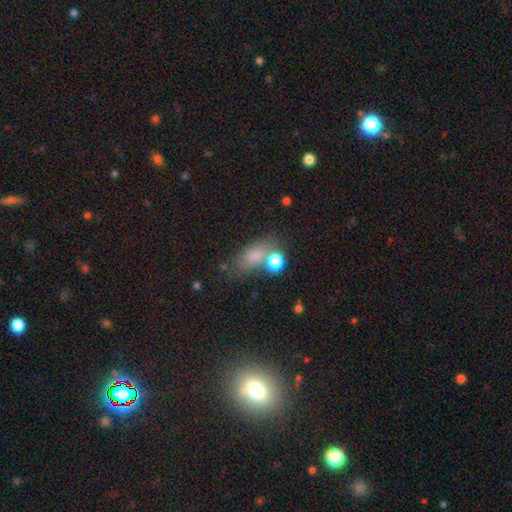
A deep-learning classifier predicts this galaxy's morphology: smooth-or-featured: smooth: 75% | star or artifact: 15% | featured or disk: 10%
  how-rounded: in between: 74% | round: 17% | cigar-shaped: 8%
  merging: none: 56% | minor disturbance: 18% | merger: 17% | major disturbance: 9%